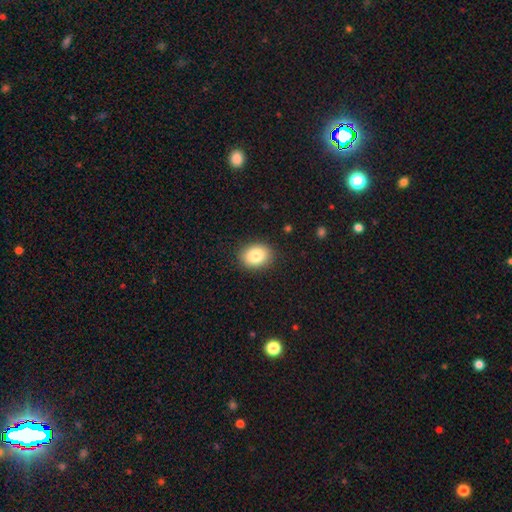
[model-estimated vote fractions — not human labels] smooth-or-featured: smooth: 84% | star or artifact: 9% | featured or disk: 8%
  how-rounded: in between: 55% | round: 44% | cigar-shaped: 1%
  merging: none: 89% | minor disturbance: 8% | major disturbance: 2% | merger: 1%